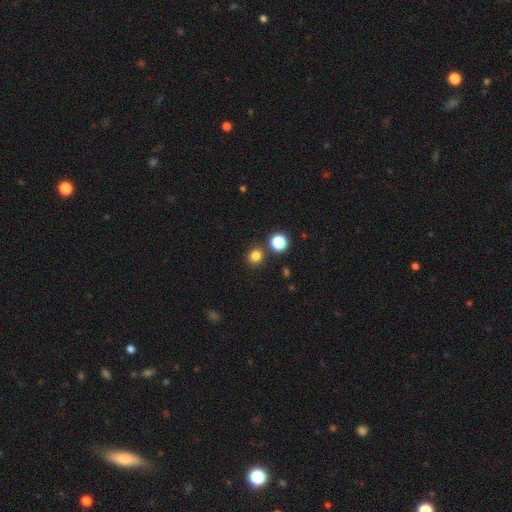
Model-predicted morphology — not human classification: This appears to be a smooth galaxy with no disk features (79%) that is round (89%). Merging: none (84%).